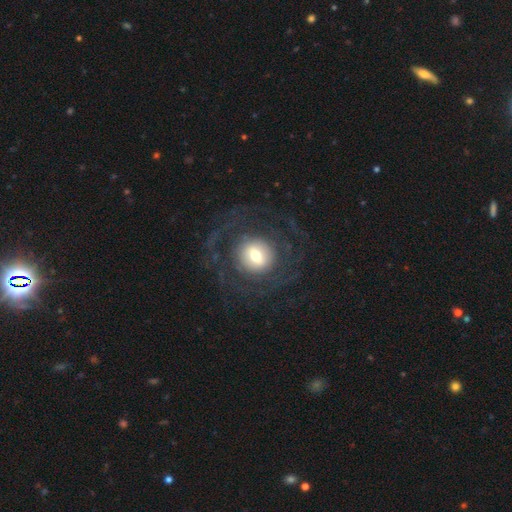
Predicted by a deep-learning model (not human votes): Smooth or featured? featured or disk (64%)
Edge-on disk? no (96%)
Bar? no (48%)
Spiral arms? yes (73%)
Bulge size? moderate (51%)
Merging? none (74%)